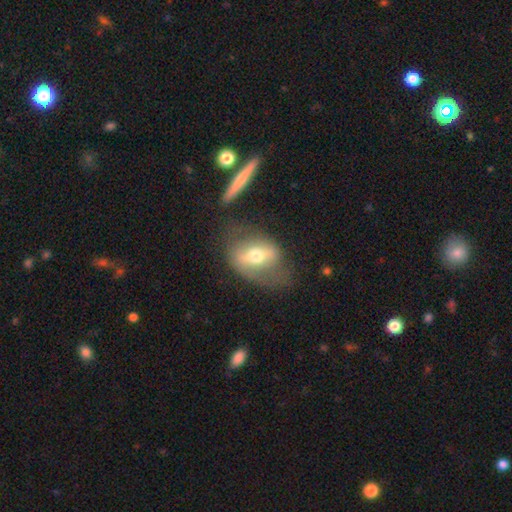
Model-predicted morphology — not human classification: Overall: featured or disk (54%; smooth 39%). Edge-on disk: no (83%). Merging: none (54%; minor disturbance 23%).